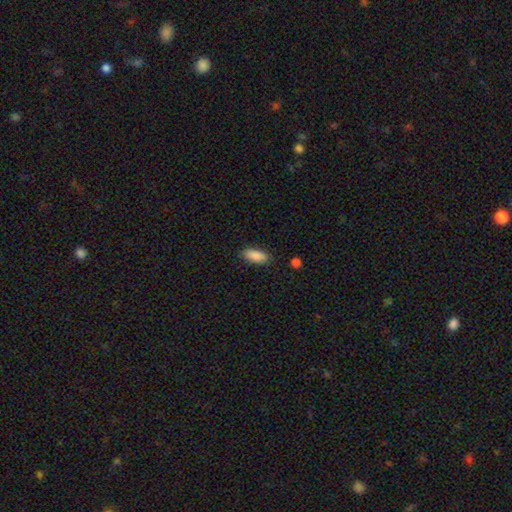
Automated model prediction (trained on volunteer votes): Overall: smooth (88%). How rounded: in between (80%). Merging: none (84%).